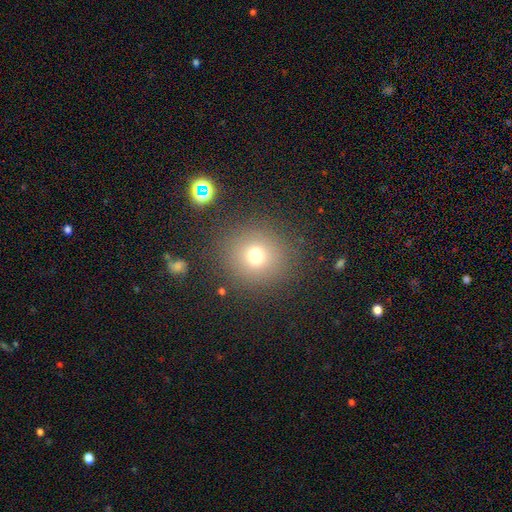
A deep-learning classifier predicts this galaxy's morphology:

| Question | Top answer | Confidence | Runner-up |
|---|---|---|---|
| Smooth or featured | smooth | 70% | star or artifact (19%) |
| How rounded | round | 92% | in between (8%) |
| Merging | none | 86% | minor disturbance (7%) |